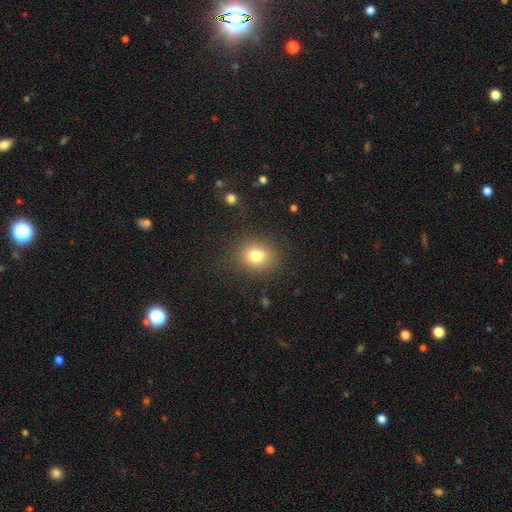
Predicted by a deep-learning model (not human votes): This appears to be a smooth galaxy with no disk features (75%) that is round (65%). Merging: none (69%).